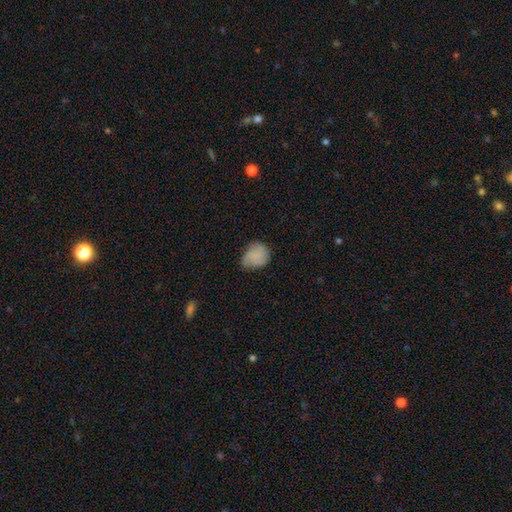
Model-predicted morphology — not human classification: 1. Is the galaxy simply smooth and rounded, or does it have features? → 73% smooth, 18% featured or disk, 8% star or artifact.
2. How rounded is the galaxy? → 56% round, 43% in between, 1% cigar-shaped.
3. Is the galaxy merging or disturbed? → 50% none, 38% minor disturbance, 11% major disturbance, 2% merger.